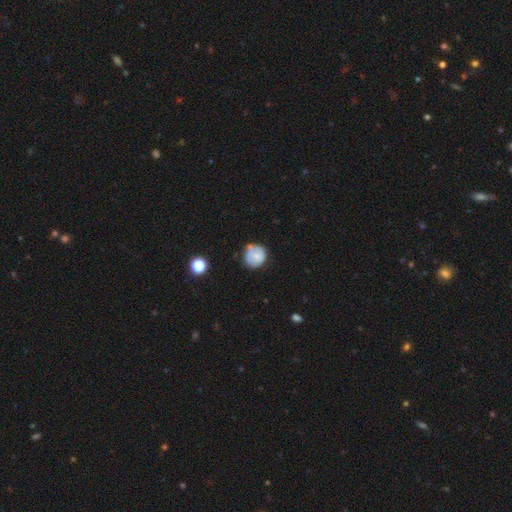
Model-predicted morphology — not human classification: Smooth or featured: smooth — 64% (featured or disk — 27%)
How rounded: round — 81% (in between — 18%)
Merging: none — 56% (minor disturbance — 30%)